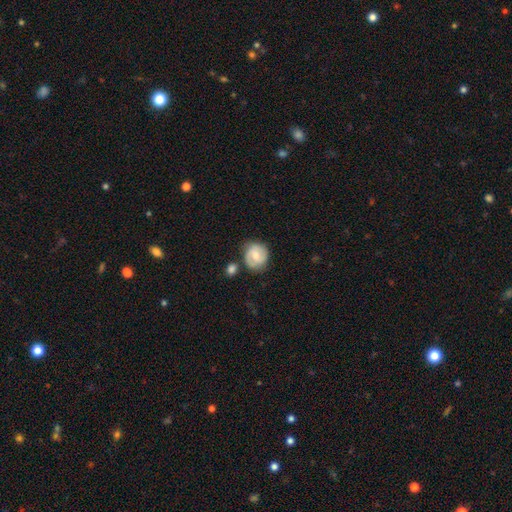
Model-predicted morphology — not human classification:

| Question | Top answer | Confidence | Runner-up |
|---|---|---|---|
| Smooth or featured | featured or disk | 49% | smooth (45%) |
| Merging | none | 69% | minor disturbance (19%) |